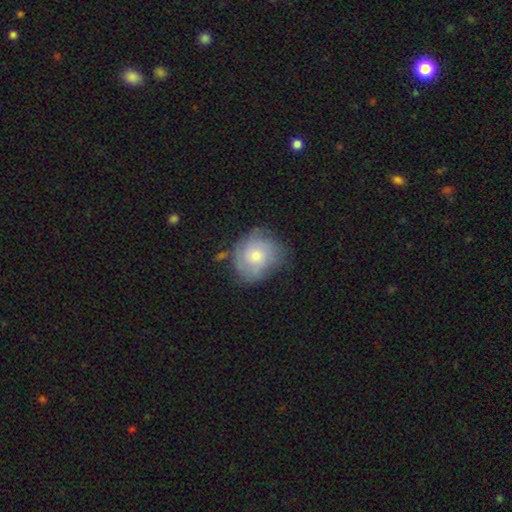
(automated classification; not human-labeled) This appears to be a smooth galaxy with no disk features (56%) that is round (71%). Merging: none (58%).